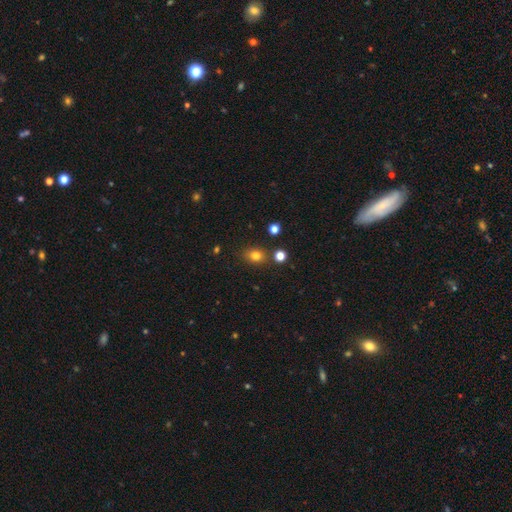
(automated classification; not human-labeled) Morphology: type=smooth (78%); roundness=round (50%); merging=none (79%).